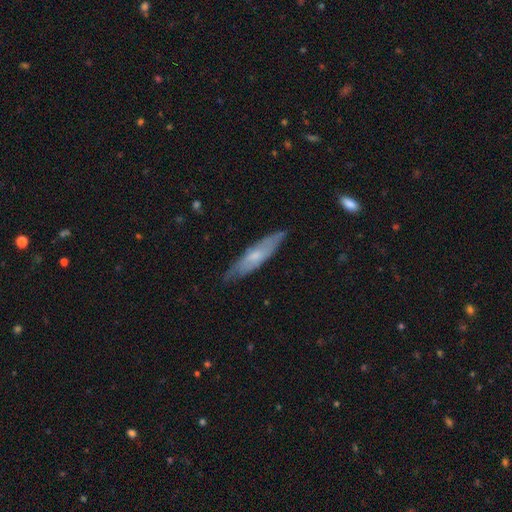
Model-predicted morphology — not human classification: A smooth galaxy with no disk features (49%).

Vote fractions:
- Smooth or featured? smooth: 49% / featured or disk: 45% / star or artifact: 6%
- Merging? none: 79% / minor disturbance: 17% / major disturbance: 3% / merger: 1%